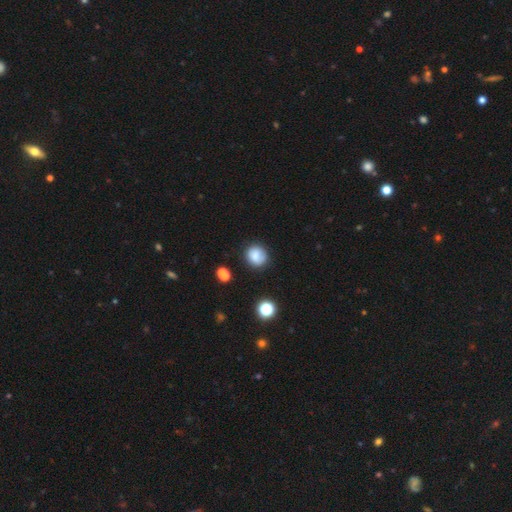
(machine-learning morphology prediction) Q: Smooth or featured?
A: smooth (81%); runner-up: star or artifact (10%)
Q: How rounded?
A: round (80%); runner-up: in between (19%)
Q: Merging?
A: none (78%); runner-up: minor disturbance (15%)